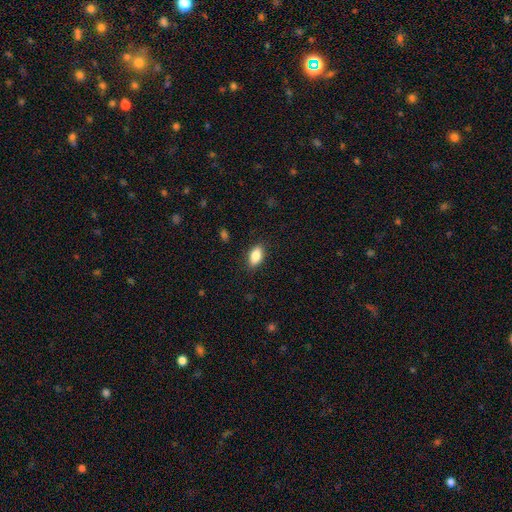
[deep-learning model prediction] Smooth or featured? Predicted: smooth (p=0.85). How rounded? Predicted: in between (p=0.89). Merging? Predicted: none (p=0.87).